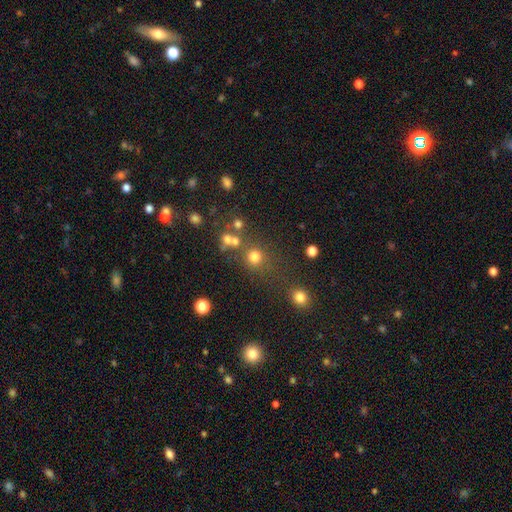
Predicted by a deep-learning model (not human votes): Smooth or featured?
  - smooth: 75% *
  - star or artifact: 18%
  - featured or disk: 8%
How rounded?
  - round: 89% *
  - in between: 10%
  - cigar-shaped: 1%
Merging?
  - none: 67% *
  - merger: 17%
  - minor disturbance: 10%
  - major disturbance: 6%